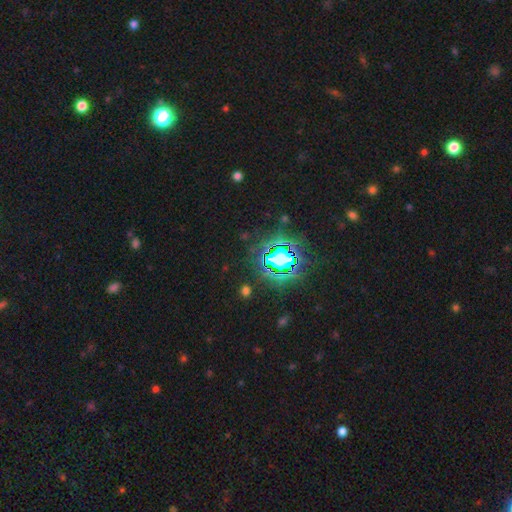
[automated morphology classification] Q: Smooth or featured?
A: star or artifact (79%); runner-up: smooth (14%)